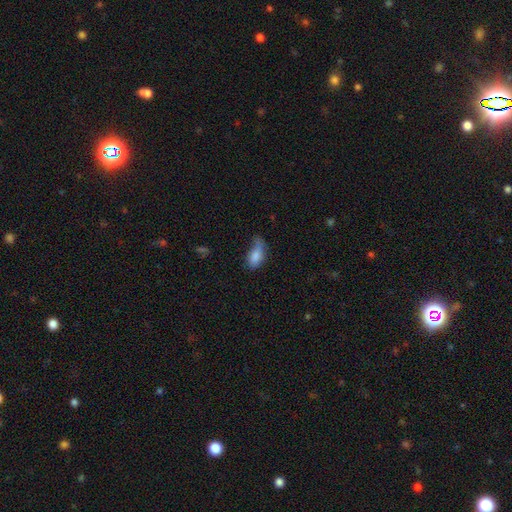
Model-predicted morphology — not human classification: smooth-or-featured: smooth: 80% | featured or disk: 12% | star or artifact: 8%
  how-rounded: in between: 89% | cigar-shaped: 6% | round: 5%
  merging: minor disturbance: 40% | none: 30% | major disturbance: 25% | merger: 5%